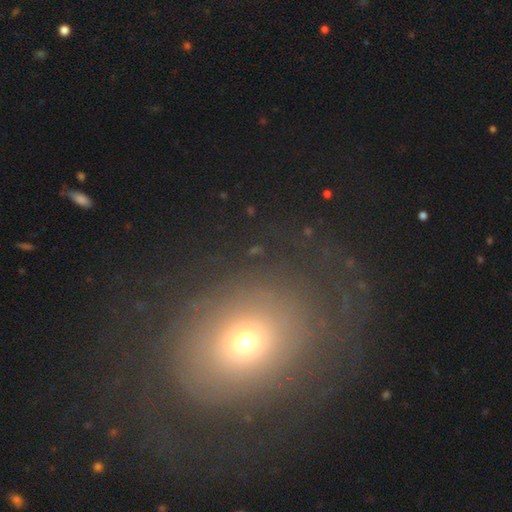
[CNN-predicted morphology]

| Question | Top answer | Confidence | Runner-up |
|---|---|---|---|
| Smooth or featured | smooth | 47% | featured or disk (34%) |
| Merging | none | 69% | major disturbance (16%) |